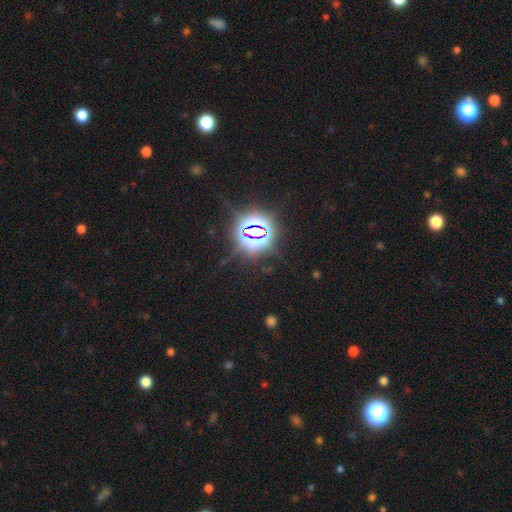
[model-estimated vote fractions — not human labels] Smooth or featured?
  - star or artifact: 84% *
  - smooth: 10%
  - featured or disk: 5%